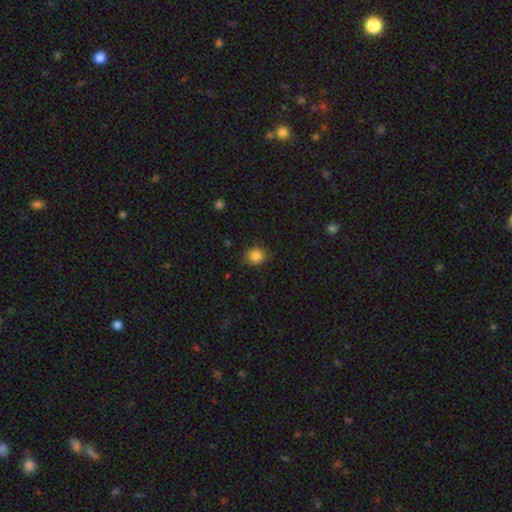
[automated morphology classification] A smooth galaxy with no disk features (86%) that is round (79%). Merging: none (82%).